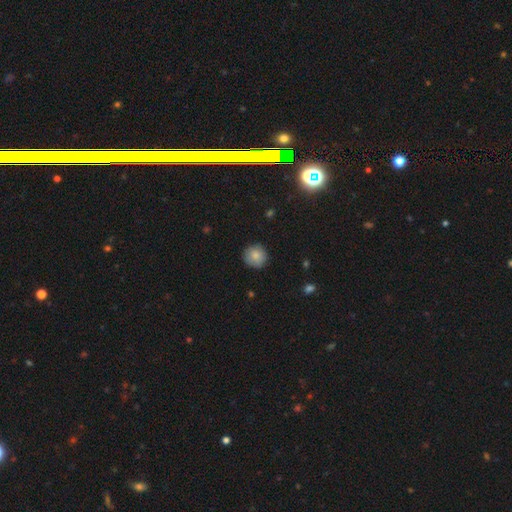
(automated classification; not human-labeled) Smooth or featured: smooth — 85% (star or artifact — 8%)
How rounded: round — 94% (in between — 5%)
Merging: none — 87% (minor disturbance — 10%)